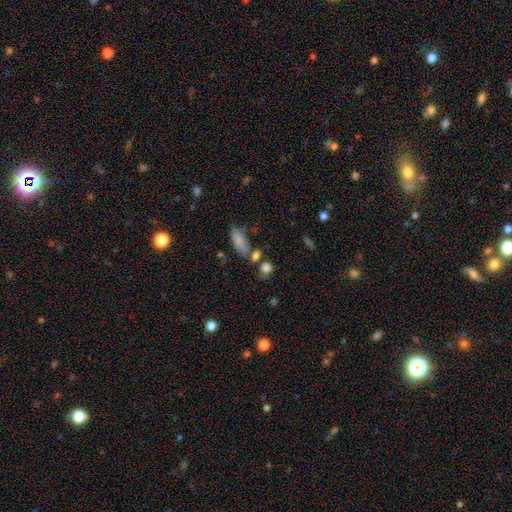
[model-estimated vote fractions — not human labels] smooth-or-featured: smooth: 80% | star or artifact: 12% | featured or disk: 9%
  how-rounded: round: 54% | in between: 41% | cigar-shaped: 6%
  merging: none: 60% | merger: 19% | minor disturbance: 16% | major disturbance: 6%